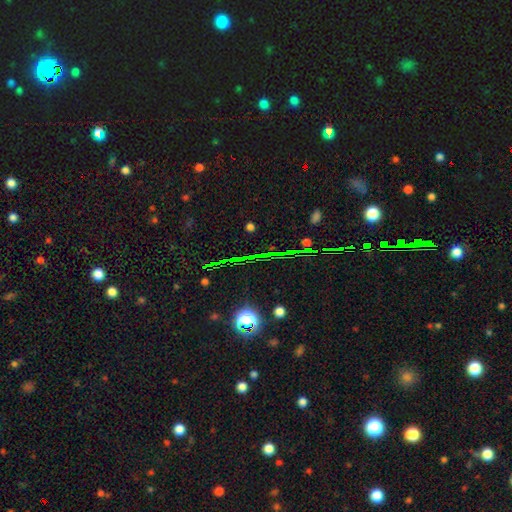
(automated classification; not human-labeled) A star or artifact, not a galaxy (77%).